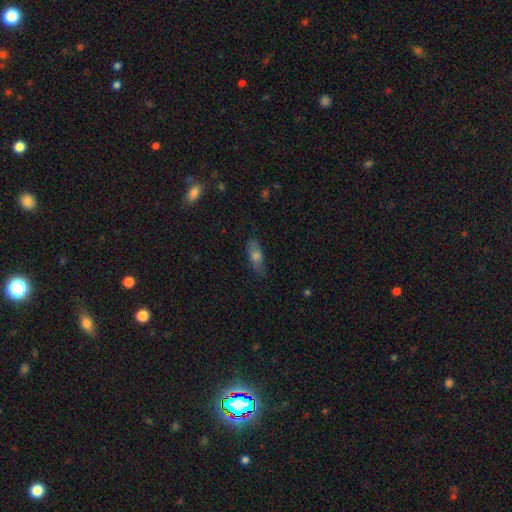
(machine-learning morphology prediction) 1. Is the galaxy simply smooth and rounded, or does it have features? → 58% smooth, 33% featured or disk, 9% star or artifact.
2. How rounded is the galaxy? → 54% in between, 42% cigar-shaped, 4% round.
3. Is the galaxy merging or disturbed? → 78% none, 17% minor disturbance, 4% major disturbance, 1% merger.